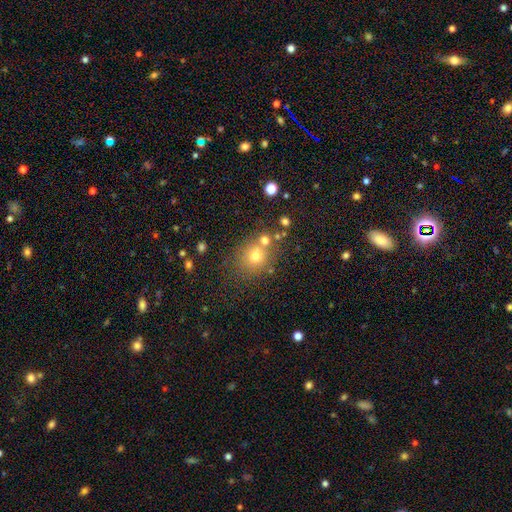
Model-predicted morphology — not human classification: smooth-or-featured: smooth: 69% | star or artifact: 18% | featured or disk: 13%
  how-rounded: round: 71% | in between: 28% | cigar-shaped: 1%
  merging: none: 62% | merger: 21% | minor disturbance: 12% | major disturbance: 5%